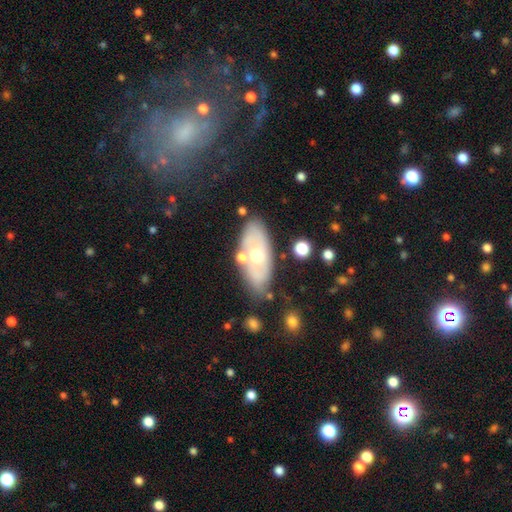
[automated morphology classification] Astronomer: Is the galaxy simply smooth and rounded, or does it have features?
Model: featured or disk — 54% (runner-up: smooth, 39%).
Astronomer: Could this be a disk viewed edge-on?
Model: no — 83%.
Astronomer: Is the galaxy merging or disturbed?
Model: none — 70%.